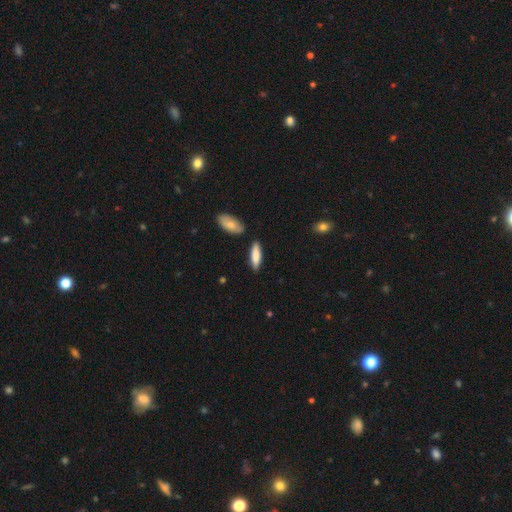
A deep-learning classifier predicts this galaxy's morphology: smooth-or-featured: smooth: 79% | featured or disk: 15% | star or artifact: 5%
  how-rounded: cigar-shaped: 56% | in between: 42% | round: 2%
  merging: none: 83% | minor disturbance: 11% | merger: 4% | major disturbance: 2%